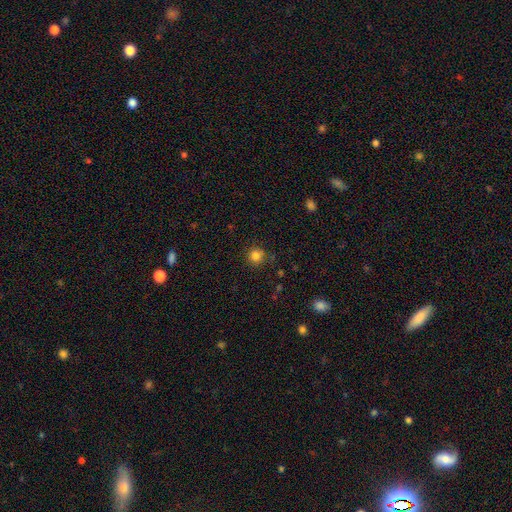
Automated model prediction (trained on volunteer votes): Smooth or featured?
  - smooth: 83% *
  - star or artifact: 13%
  - featured or disk: 4%
How rounded?
  - round: 93% *
  - in between: 6%
  - cigar-shaped: 1%
Merging?
  - none: 83% *
  - minor disturbance: 11%
  - major disturbance: 3%
  - merger: 2%